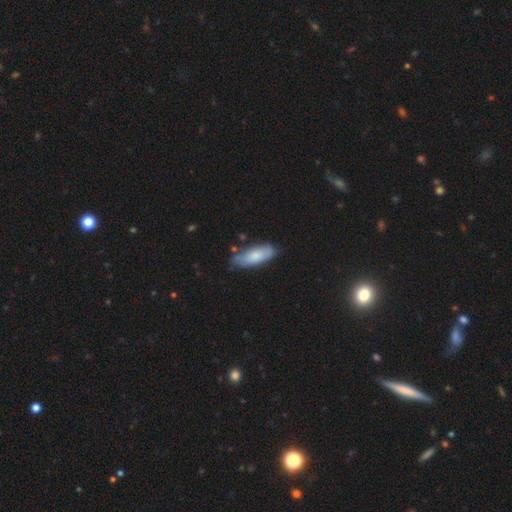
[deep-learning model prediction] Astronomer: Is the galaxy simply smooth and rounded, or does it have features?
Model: smooth — 77%.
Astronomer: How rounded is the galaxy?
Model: in between — 69%.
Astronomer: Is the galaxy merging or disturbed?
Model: none — 71%.